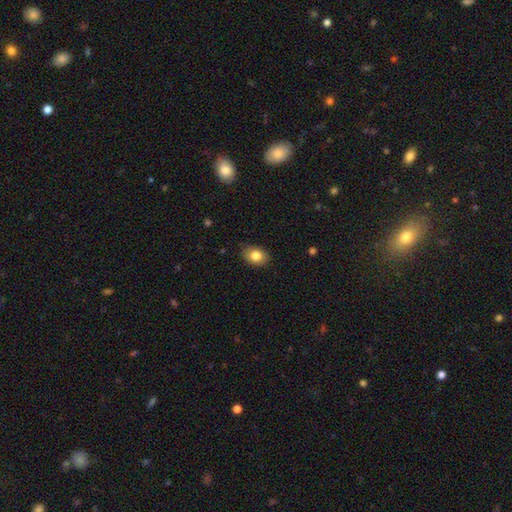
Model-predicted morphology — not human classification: smooth 83%, featured or disk 9%, star or artifact 8%. Down the decision tree: how rounded — in between (75%); merging — none (83%).